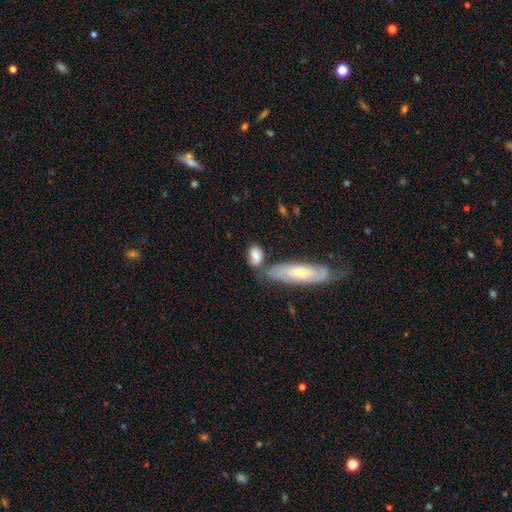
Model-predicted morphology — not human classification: Smooth or featured?
  - smooth: 68% *
  - featured or disk: 24%
  - star or artifact: 7%
How rounded?
  - in between: 78% *
  - cigar-shaped: 12%
  - round: 10%
Merging?
  - none: 46% *
  - merger: 28%
  - minor disturbance: 19%
  - major disturbance: 8%